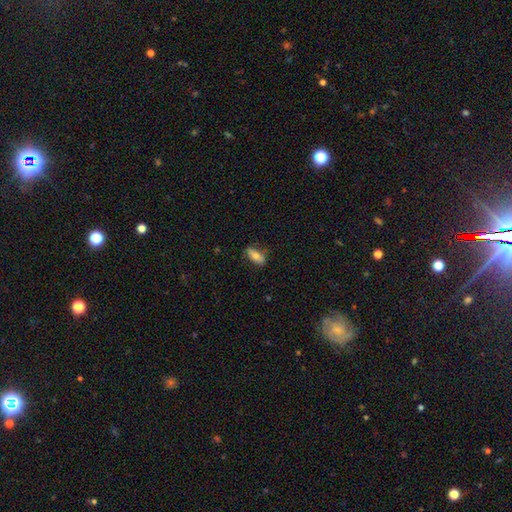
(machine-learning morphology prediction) Smooth or featured?
  - smooth: 70% *
  - featured or disk: 23%
  - star or artifact: 7%
How rounded?
  - in between: 79% *
  - cigar-shaped: 18%
  - round: 3%
Merging?
  - none: 74% *
  - minor disturbance: 20%
  - major disturbance: 4%
  - merger: 2%